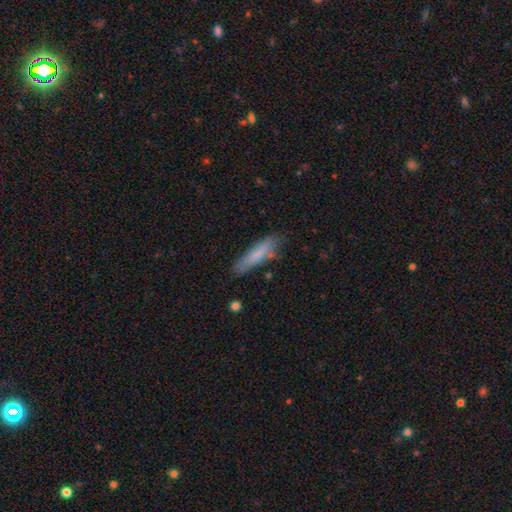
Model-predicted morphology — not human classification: smooth 73%, featured or disk 20%, star or artifact 7%. Down the decision tree: how rounded — cigar-shaped (79%); merging — none (78%).